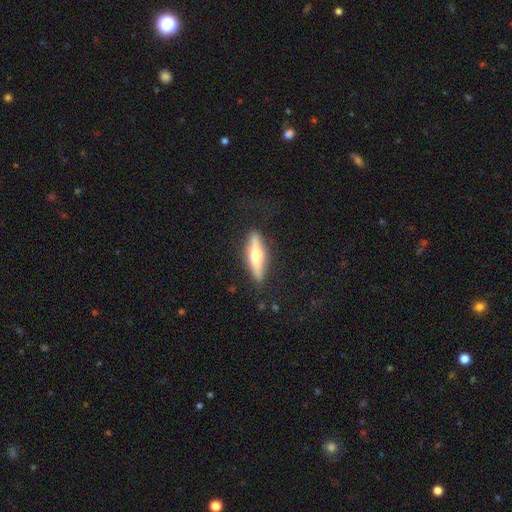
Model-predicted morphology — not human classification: smooth_or_featured: smooth (p=0.48) [alt: featured or disk p=0.46]
merging: none (p=0.84) [alt: minor disturbance p=0.12]